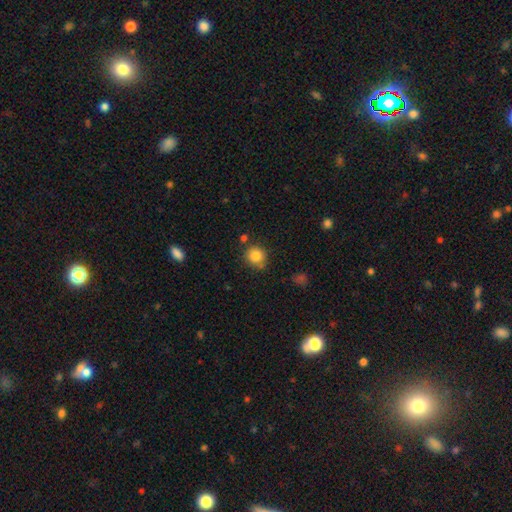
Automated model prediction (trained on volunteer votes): smooth_or_featured: smooth (p=0.84) [alt: star or artifact p=0.10]
how_rounded: round (p=0.89) [alt: in between p=0.10]
merging: none (p=0.77) [alt: minor disturbance p=0.12]